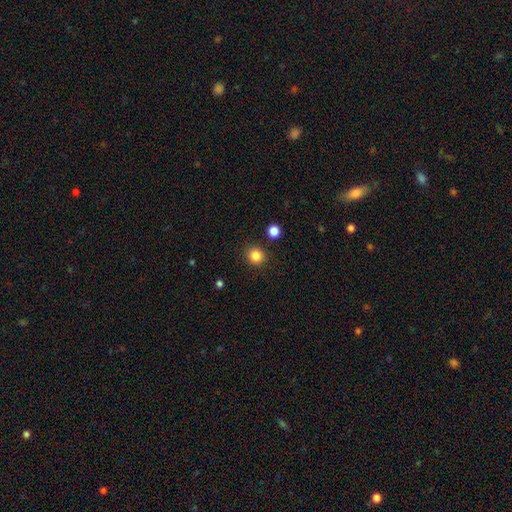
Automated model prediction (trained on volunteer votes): Q: Smooth or featured?
A: smooth (85%); runner-up: star or artifact (11%)
Q: How rounded?
A: round (85%); runner-up: in between (14%)
Q: Merging?
A: none (87%); runner-up: minor disturbance (7%)